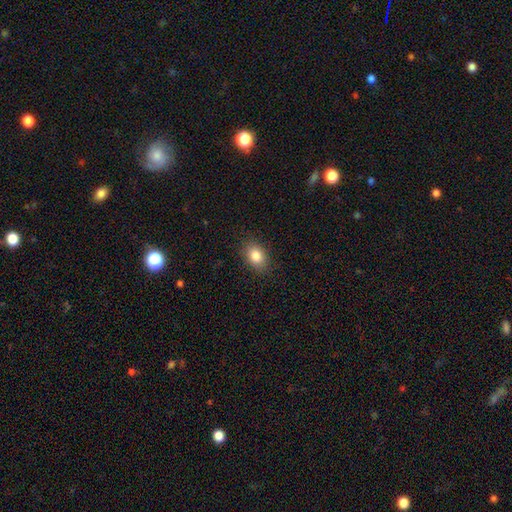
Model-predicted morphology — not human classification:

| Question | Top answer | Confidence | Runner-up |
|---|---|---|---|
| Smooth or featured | smooth | 84% | star or artifact (9%) |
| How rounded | in between | 75% | round (23%) |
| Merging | none | 87% | minor disturbance (10%) |